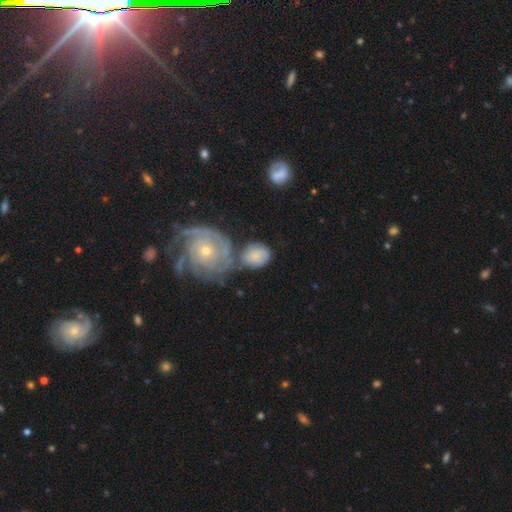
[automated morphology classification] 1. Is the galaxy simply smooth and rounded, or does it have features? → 49% smooth, 43% featured or disk, 8% star or artifact.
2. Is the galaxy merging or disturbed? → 46% none, 28% merger, 19% minor disturbance, 8% major disturbance.